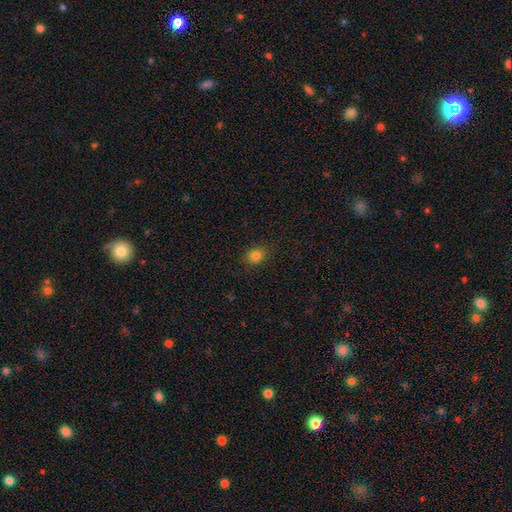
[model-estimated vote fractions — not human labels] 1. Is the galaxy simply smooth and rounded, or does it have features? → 82% smooth, 13% star or artifact, 5% featured or disk.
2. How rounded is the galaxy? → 60% round, 39% in between, 1% cigar-shaped.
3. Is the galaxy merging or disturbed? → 87% none, 9% minor disturbance, 2% major disturbance, 1% merger.